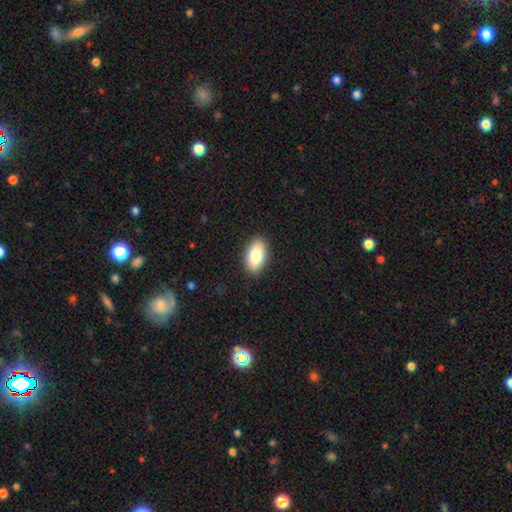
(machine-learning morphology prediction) Q: Smooth or featured?
A: smooth (80%); runner-up: featured or disk (13%)
Q: How rounded?
A: in between (93%); runner-up: round (5%)
Q: Merging?
A: none (89%); runner-up: minor disturbance (8%)